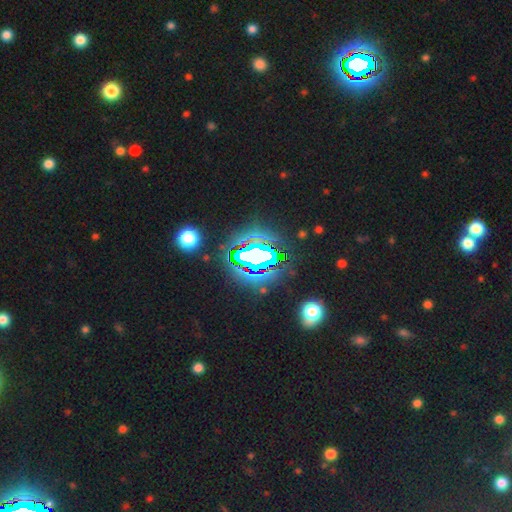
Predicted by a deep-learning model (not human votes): Smooth or featured? Predicted: star or artifact (p=0.69).